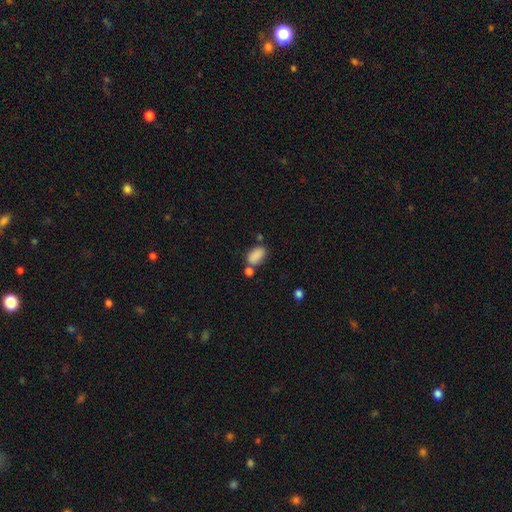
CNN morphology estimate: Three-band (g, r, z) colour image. It shows a smooth galaxy with no disk features (86%) that is in between round and cigar-shaped (91%). Merging: none (56%).